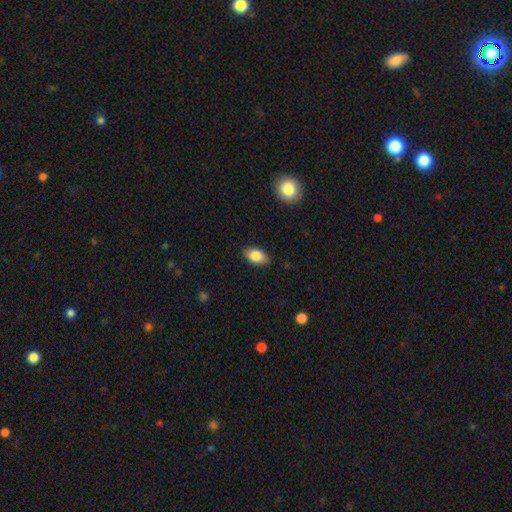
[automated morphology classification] Overall: smooth (83%). How rounded: in between (90%). Merging: none (85%).